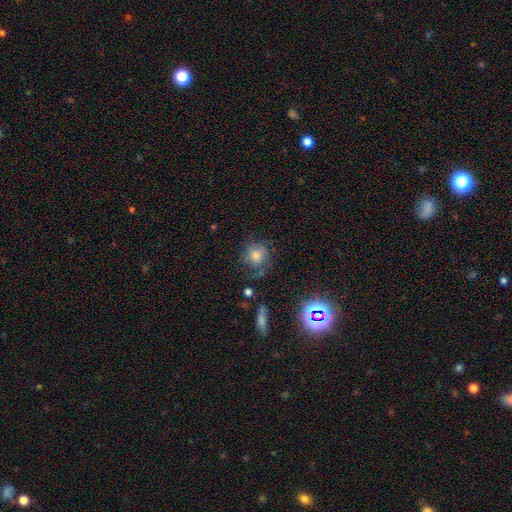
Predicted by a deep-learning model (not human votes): Smooth or featured? smooth (60%)
How rounded? round (82%)
Merging? none (61%)